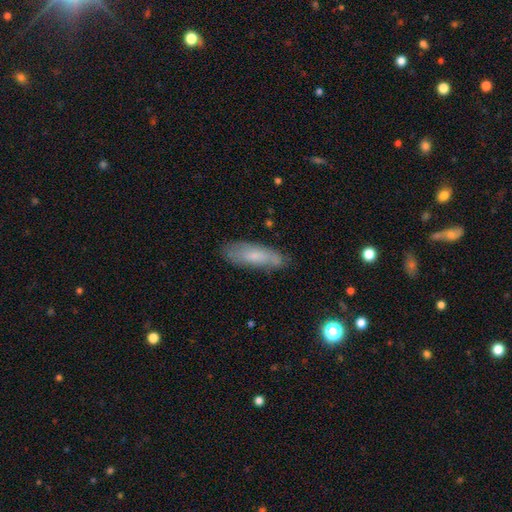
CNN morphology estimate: A smooth galaxy with no disk features (60%) that is in between round and cigar-shaped (52%). Merging: none (72%).